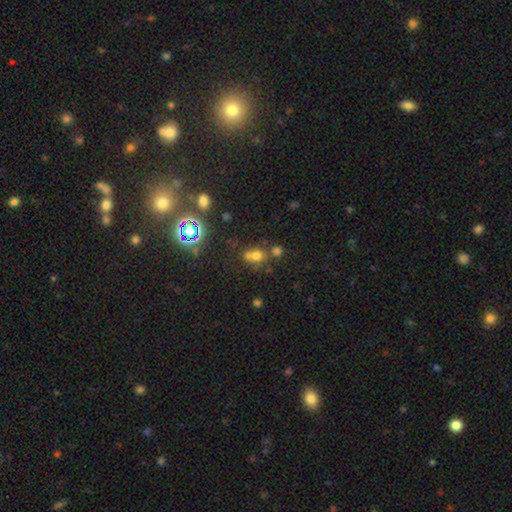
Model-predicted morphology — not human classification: A smooth galaxy with no disk features (60%) that is round (52%). Merging: none (42%).